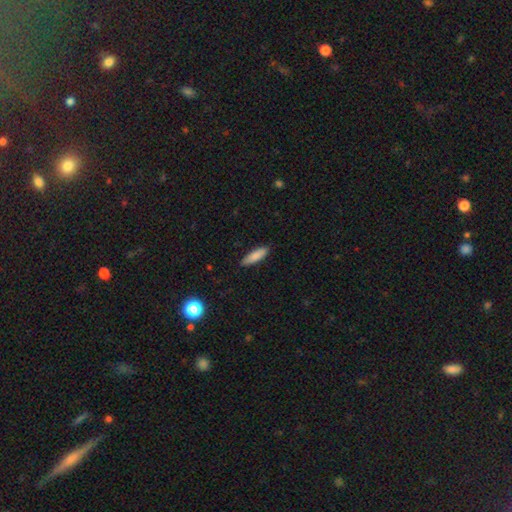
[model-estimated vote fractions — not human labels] A smooth galaxy with no disk features (85%) that is cigar-shaped (60%).

Vote fractions:
- Smooth or featured? smooth: 85% / featured or disk: 9% / star or artifact: 6%
- How rounded? cigar-shaped: 60% / in between: 38% / round: 2%
- Merging? none: 88% / minor disturbance: 9% / major disturbance: 2% / merger: 1%